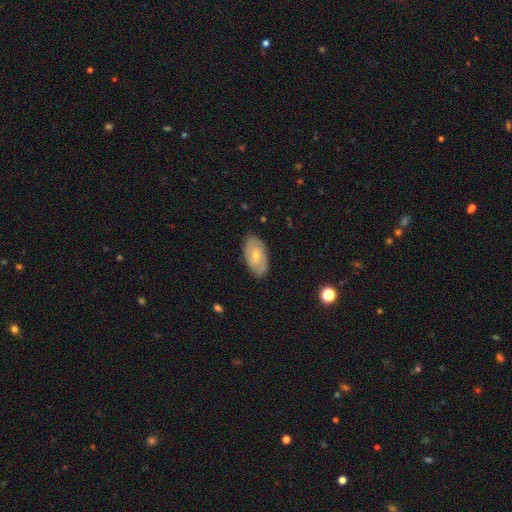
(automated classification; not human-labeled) This appears to be a featured or disk galaxy (53%). Merging: none (81%).